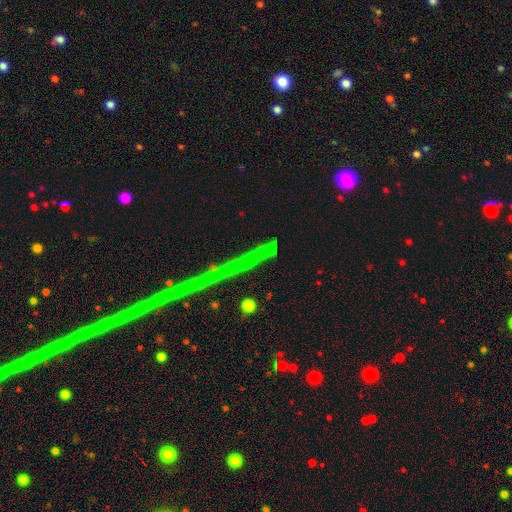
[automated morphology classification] smooth-or-featured: star or artifact: 65% | smooth: 18% | featured or disk: 17%